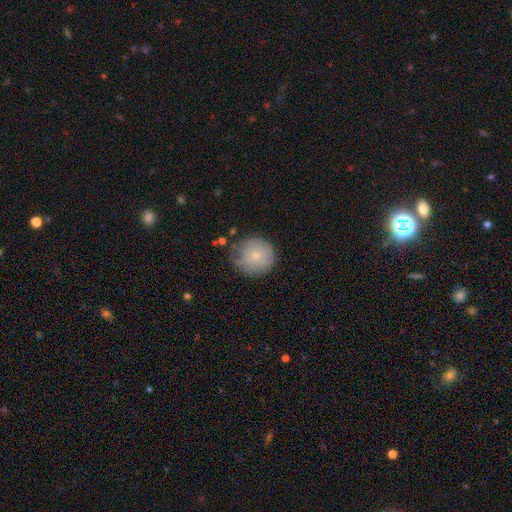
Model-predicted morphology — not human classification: A smooth galaxy with no disk features (78%) that is round (93%).

Vote fractions:
- Smooth or featured? smooth: 78% / featured or disk: 15% / star or artifact: 7%
- How rounded? round: 93% / in between: 6% / cigar-shaped: 1%
- Merging? none: 66% / minor disturbance: 24% / major disturbance: 7% / merger: 3%